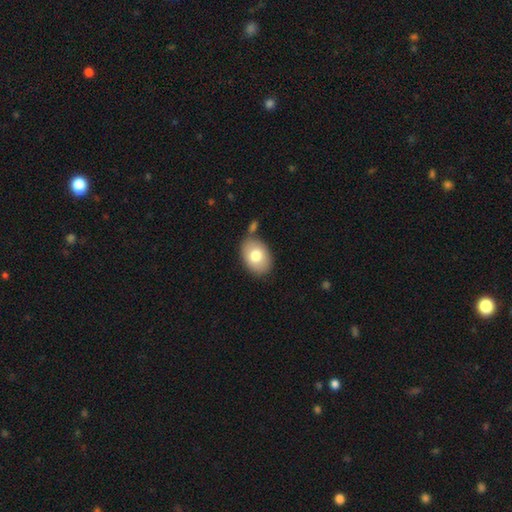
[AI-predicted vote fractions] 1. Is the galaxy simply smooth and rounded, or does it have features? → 77% smooth, 16% featured or disk, 7% star or artifact.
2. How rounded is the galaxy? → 80% in between, 19% round, 1% cigar-shaped.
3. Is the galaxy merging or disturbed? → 73% none, 14% minor disturbance, 9% merger, 4% major disturbance.